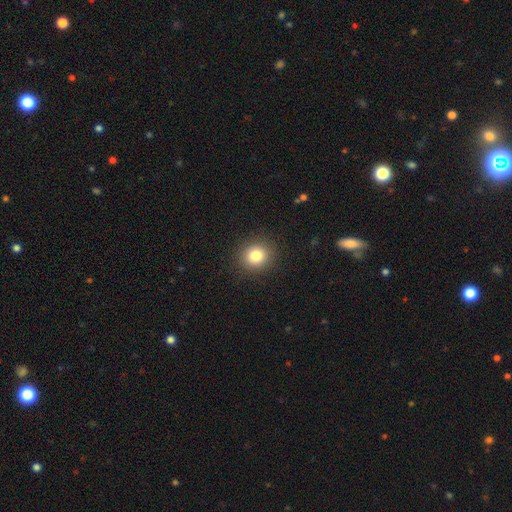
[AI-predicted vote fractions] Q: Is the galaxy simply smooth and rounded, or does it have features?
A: smooth — 82%.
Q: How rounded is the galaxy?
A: round — 84%.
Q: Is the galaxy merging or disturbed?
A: none — 91%.